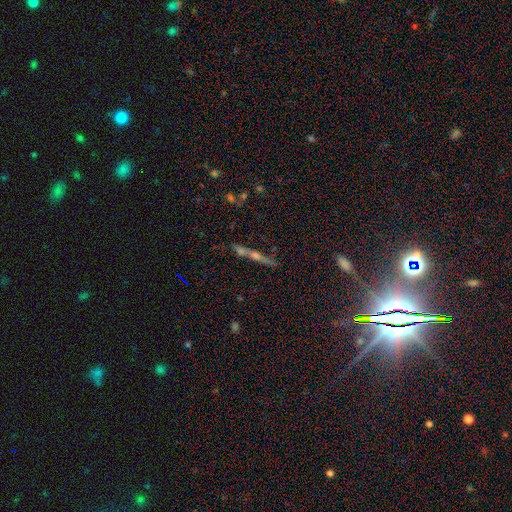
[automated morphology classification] type=featured or disk (63%); edge-on=yes (90%); edge-on bulge=rounded (76%); merging=none (64%).